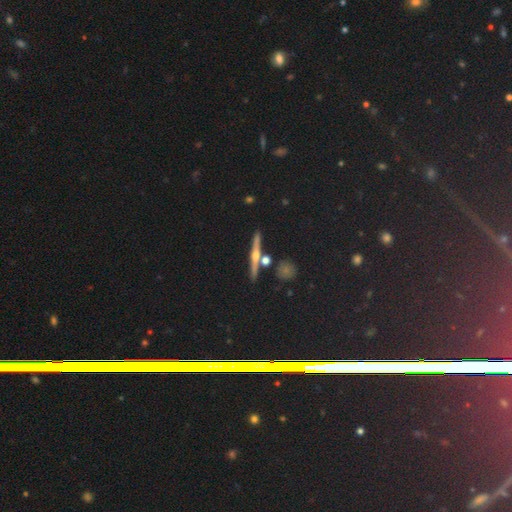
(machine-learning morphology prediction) Smooth or featured? featured or disk (67%)
Edge-on disk? yes (96%)
Edge-on bulge? rounded (86%)
Merging? none (83%)